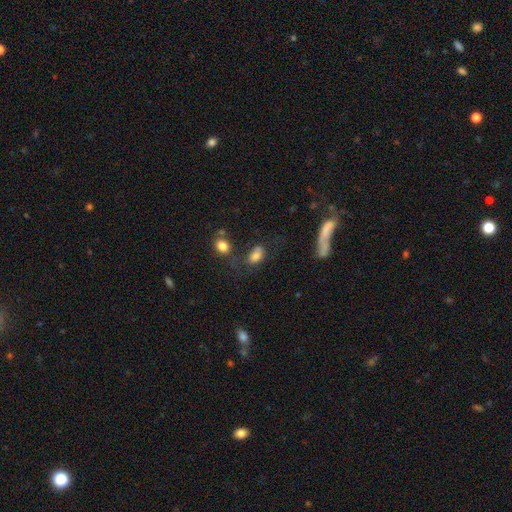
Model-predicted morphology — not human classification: Smooth or featured? smooth (76%)
How rounded? in between (82%)
Merging? none (47%)